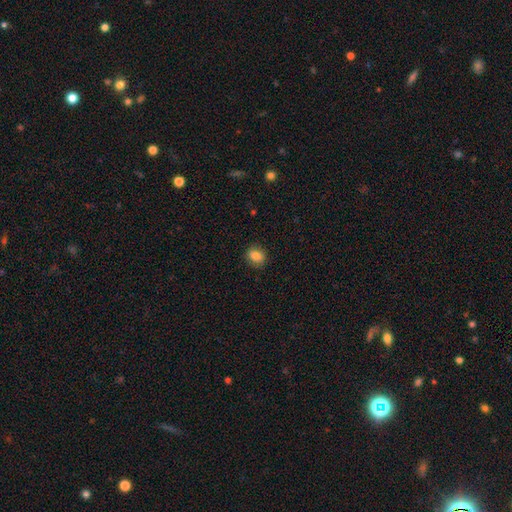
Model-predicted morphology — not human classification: Smooth or featured? smooth (84%)
How rounded? round (56%)
Merging? none (85%)